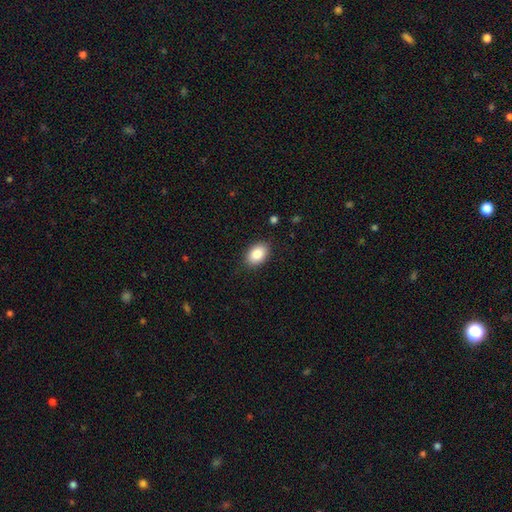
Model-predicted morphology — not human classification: Q: Smooth or featured?
A: smooth (87%); runner-up: star or artifact (7%)
Q: How rounded?
A: in between (87%); runner-up: round (12%)
Q: Merging?
A: none (87%); runner-up: minor disturbance (9%)